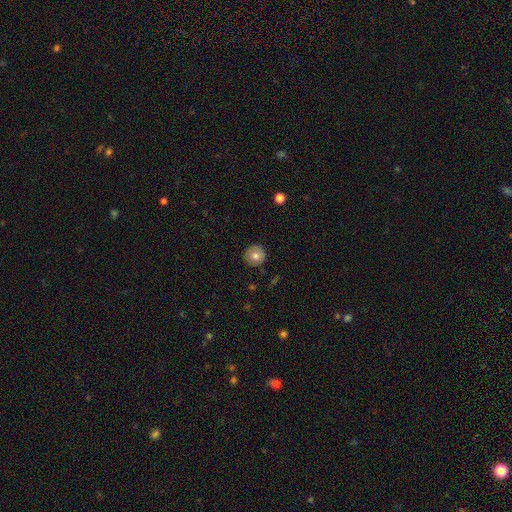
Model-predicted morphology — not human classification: Smooth or featured? Predicted: smooth (p=0.73). How rounded? Predicted: round (p=0.94). Merging? Predicted: none (p=0.88).